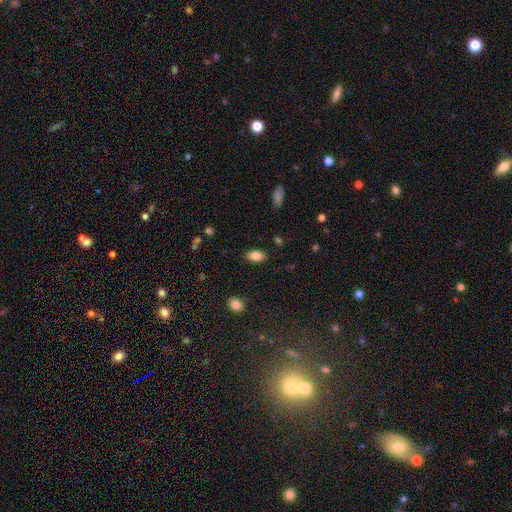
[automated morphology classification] Smooth or featured? Predicted: smooth (p=0.82). How rounded? Predicted: in between (p=0.91). Merging? Predicted: none (p=0.85).